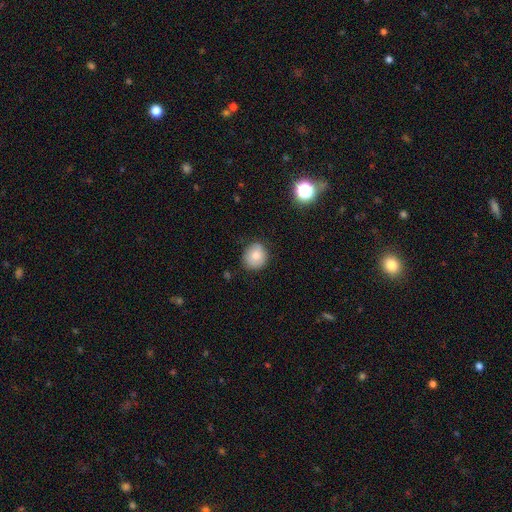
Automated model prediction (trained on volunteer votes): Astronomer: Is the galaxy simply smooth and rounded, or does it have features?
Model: smooth — 79%.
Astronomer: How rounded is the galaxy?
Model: round — 83%.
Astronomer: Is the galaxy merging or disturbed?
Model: none — 81%.